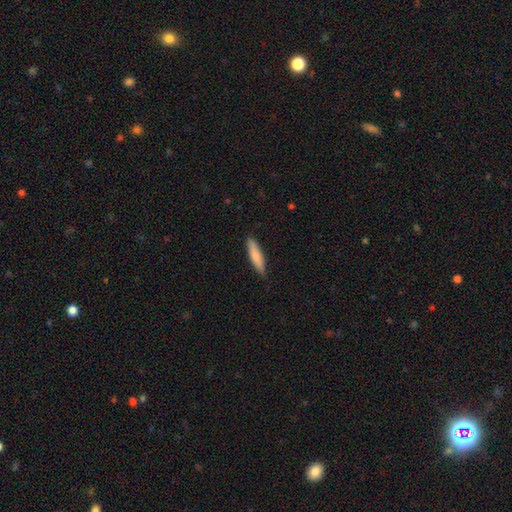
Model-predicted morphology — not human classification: Smooth or featured: smooth — 79% (featured or disk — 15%)
How rounded: cigar-shaped — 78% (in between — 21%)
Merging: none — 85% (minor disturbance — 12%)